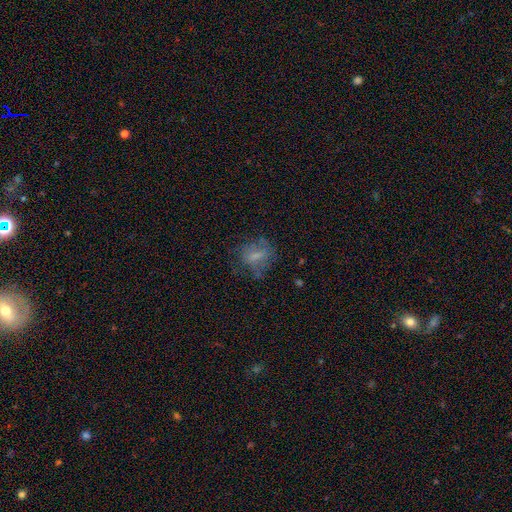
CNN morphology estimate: A smooth galaxy with no disk features (52%) that is in between round and cigar-shaped (50%). Merging: none (55%).